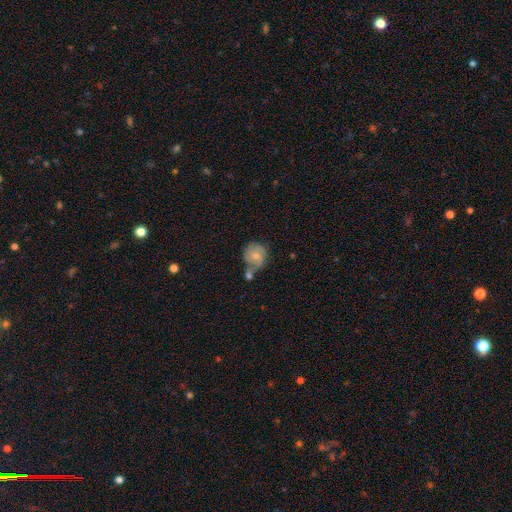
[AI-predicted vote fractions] Smooth or featured: smooth — 49% (featured or disk — 43%)
Merging: none — 36% (merger — 32%)